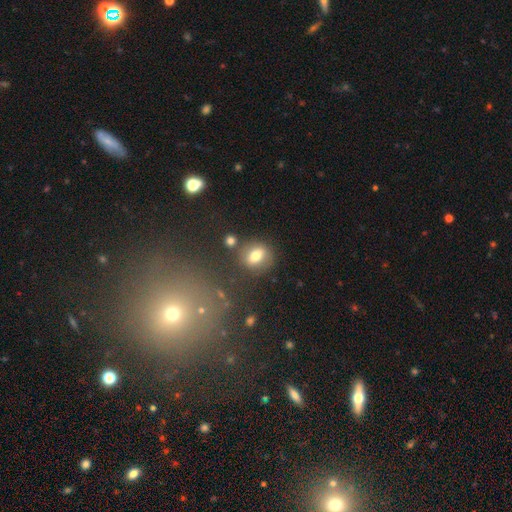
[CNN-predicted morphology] Smooth or featured: smooth — 73% (featured or disk — 16%)
How rounded: round — 51% (in between — 47%)
Merging: none — 75% (minor disturbance — 12%)